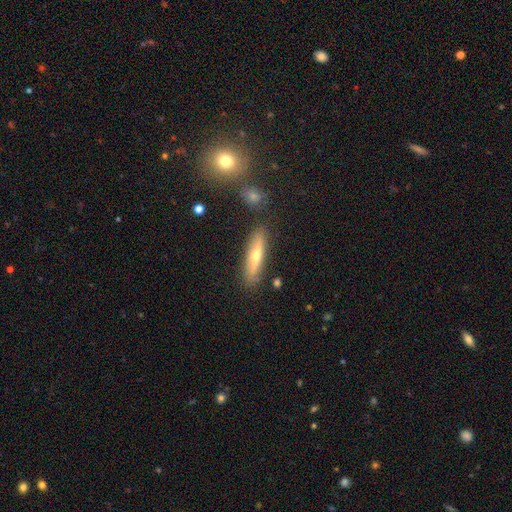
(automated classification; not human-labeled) Smooth or featured? featured or disk (46%)
Merging? none (85%)